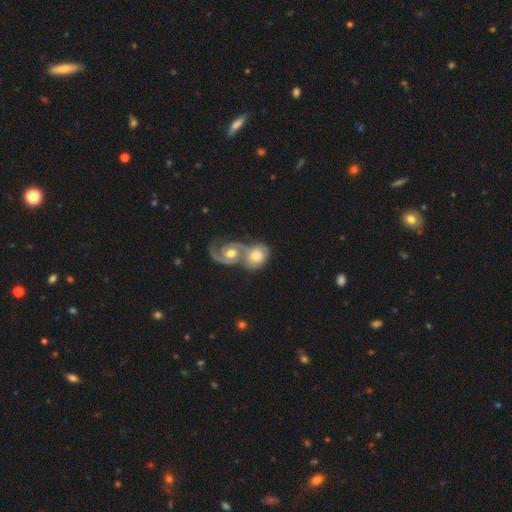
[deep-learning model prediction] This is possibly a featured or disk galaxy (57%). It is clearly not viewed edge-on (96%). Bar: likely no (67%). Spiral arm pattern: clearly yes (87%). Central bulge: likely moderate (61%). Merging: likely merger (73%).